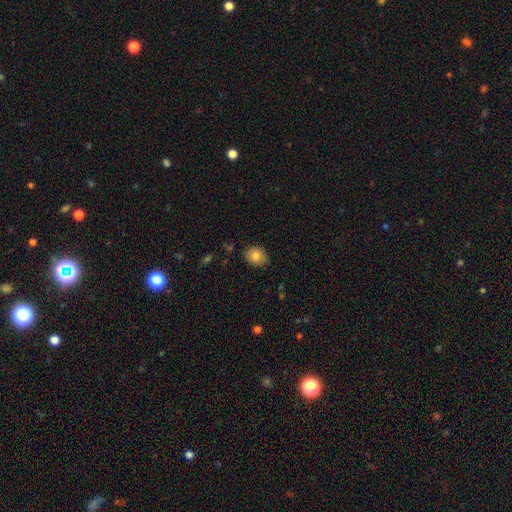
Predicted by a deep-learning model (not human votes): smooth-or-featured: smooth: 81% | featured or disk: 11% | star or artifact: 8%
  how-rounded: in between: 51% | round: 48% | cigar-shaped: 1%
  merging: none: 85% | minor disturbance: 12% | major disturbance: 2% | merger: 1%